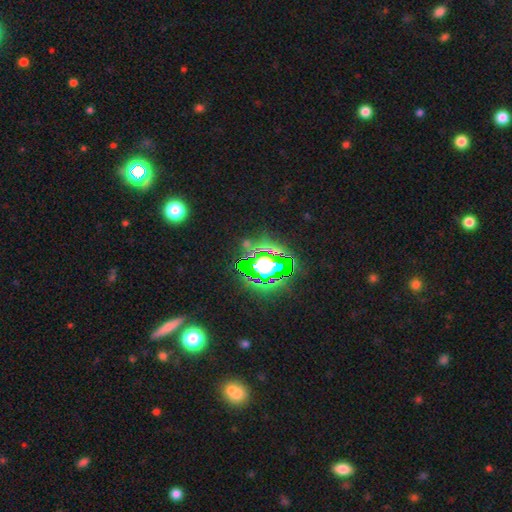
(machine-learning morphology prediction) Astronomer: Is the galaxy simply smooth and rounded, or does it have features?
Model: star or artifact — 80%.